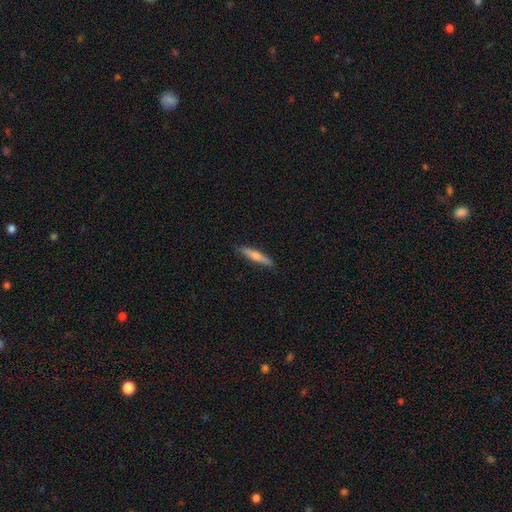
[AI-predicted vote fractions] Smooth or featured?
  - smooth: 53% *
  - featured or disk: 41%
  - star or artifact: 6%
How rounded?
  - cigar-shaped: 91% *
  - in between: 8%
  - round: 2%
Merging?
  - none: 90% *
  - minor disturbance: 8%
  - major disturbance: 1%
  - merger: 1%